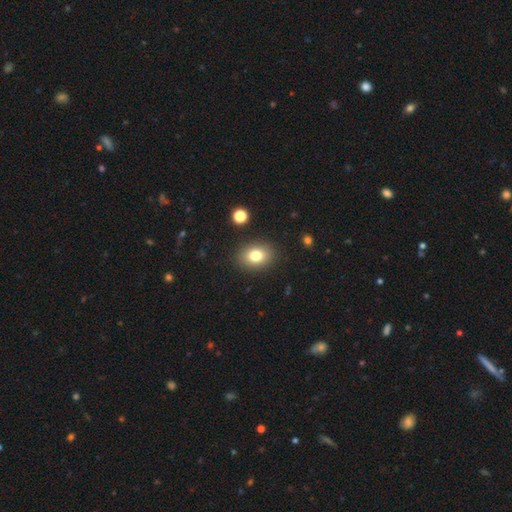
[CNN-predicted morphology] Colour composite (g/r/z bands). It shows a smooth galaxy with no disk features (80%) that is in between round and cigar-shaped (62%). Merging: none (88%).